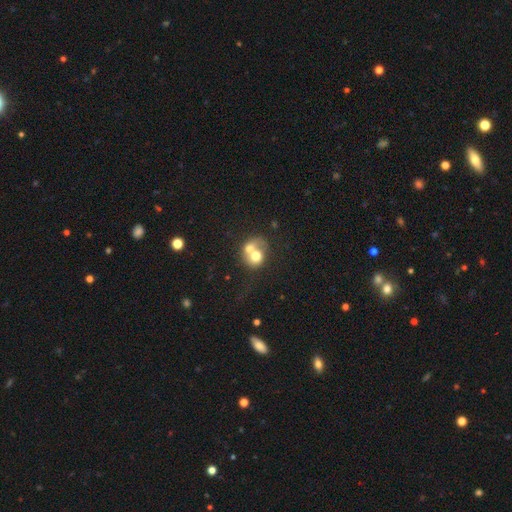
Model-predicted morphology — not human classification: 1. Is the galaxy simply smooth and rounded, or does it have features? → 61% smooth, 30% featured or disk, 9% star or artifact.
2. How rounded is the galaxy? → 63% round, 36% in between, 1% cigar-shaped.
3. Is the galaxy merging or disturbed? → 72% merger, 17% none, 6% minor disturbance, 5% major disturbance.